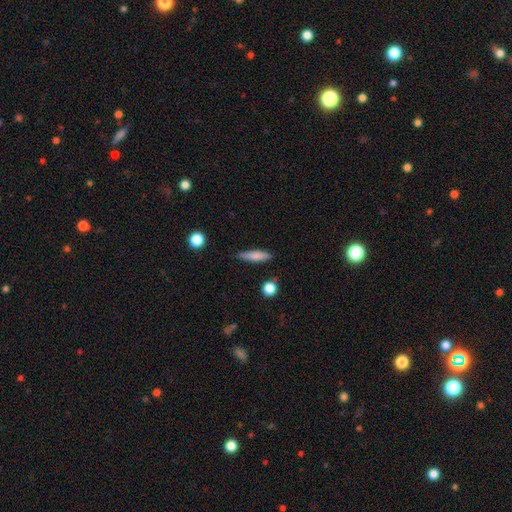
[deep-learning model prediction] The model was most divided on "smooth or featured": smooth: 76%, featured or disk: 17%, star or artifact: 7%. More confident: merging — none (83%); how rounded — cigar-shaped (78%).